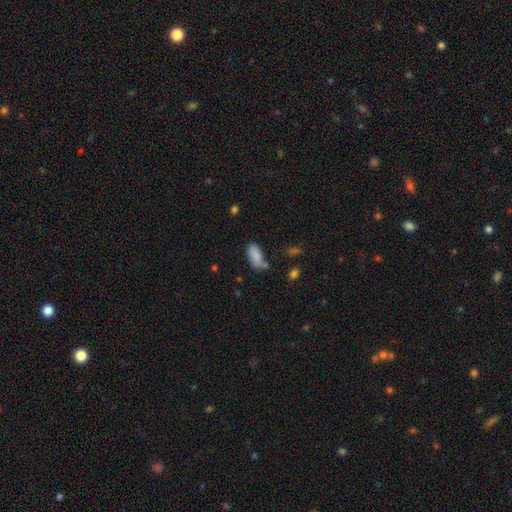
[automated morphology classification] Smooth or featured: smooth — 85% (star or artifact — 8%)
How rounded: in between — 87% (cigar-shaped — 11%)
Merging: none — 59% (minor disturbance — 24%)